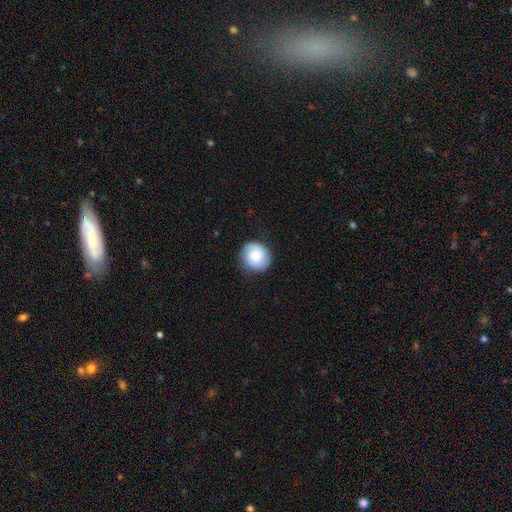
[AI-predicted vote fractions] Smooth or featured?
  - smooth: 72% *
  - featured or disk: 21%
  - star or artifact: 7%
How rounded?
  - round: 87% *
  - in between: 12%
  - cigar-shaped: 1%
Merging?
  - none: 83% *
  - minor disturbance: 13%
  - major disturbance: 3%
  - merger: 1%